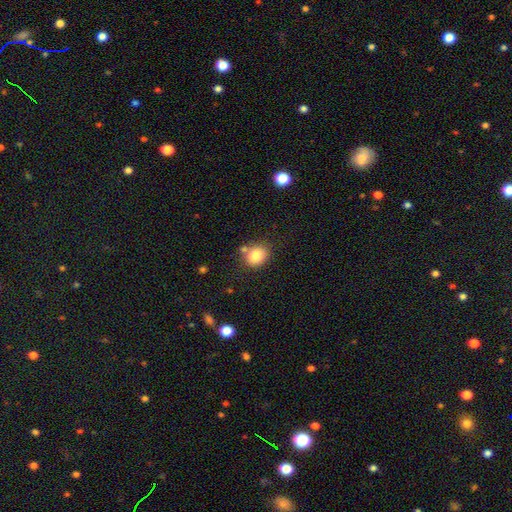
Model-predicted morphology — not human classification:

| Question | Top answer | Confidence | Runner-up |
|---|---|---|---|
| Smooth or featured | smooth | 83% | star or artifact (9%) |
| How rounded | round | 59% | in between (40%) |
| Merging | none | 71% | minor disturbance (13%) |